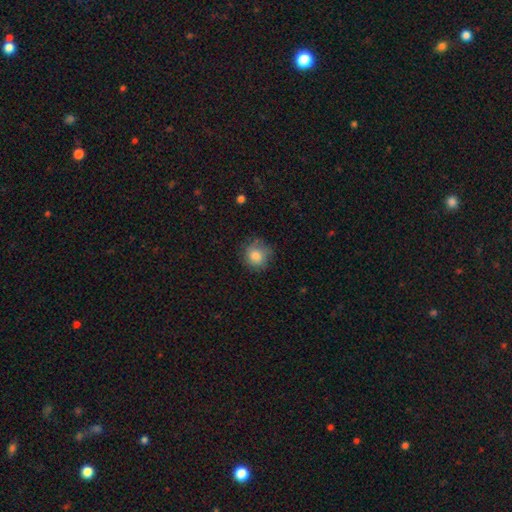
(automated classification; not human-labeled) The model was most divided on "merging": none: 72%, minor disturbance: 20%, major disturbance: 6%, merger: 1%. More confident: how rounded — round (88%); smooth or featured — smooth (83%).